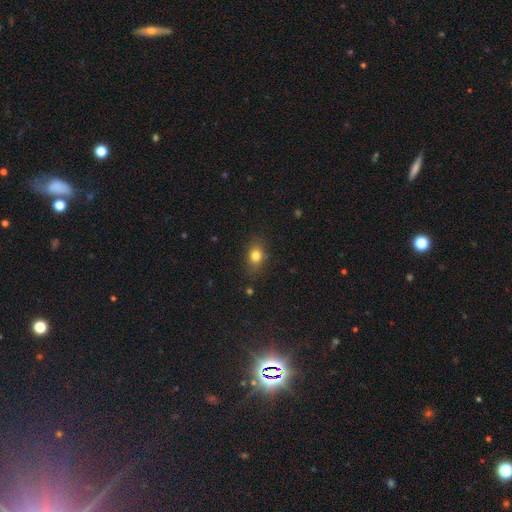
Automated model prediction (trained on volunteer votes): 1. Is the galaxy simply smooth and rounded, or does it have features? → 80% smooth, 12% star or artifact, 8% featured or disk.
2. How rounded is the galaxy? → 64% in between, 34% round, 2% cigar-shaped.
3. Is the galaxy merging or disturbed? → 81% none, 14% minor disturbance, 4% major disturbance, 2% merger.